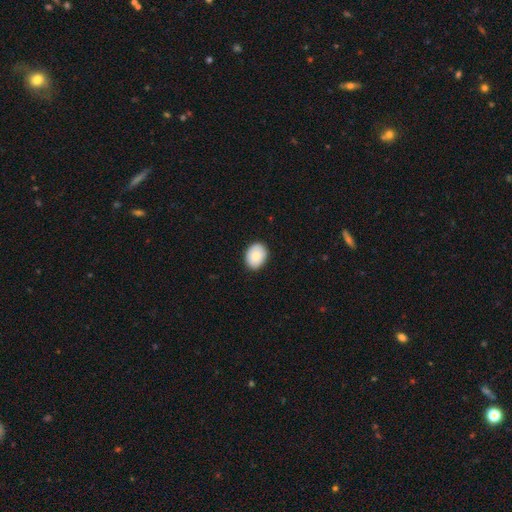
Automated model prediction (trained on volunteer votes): smooth 86%, featured or disk 7%, star or artifact 6%. Down the decision tree: how rounded — in between (66%); merging — none (86%).